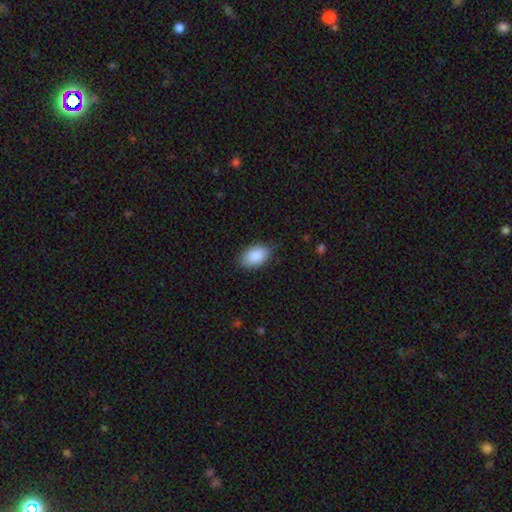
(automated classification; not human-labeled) smooth 89%, star or artifact 6%, featured or disk 5%. Down the decision tree: how rounded — in between (91%); merging — none (79%).